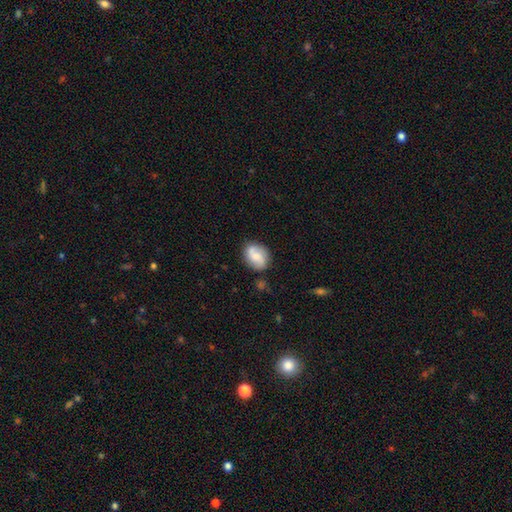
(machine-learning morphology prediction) Smooth or featured: smooth — 55% (featured or disk — 37%)
How rounded: in between — 65% (round — 34%)
Merging: none — 71% (minor disturbance — 19%)